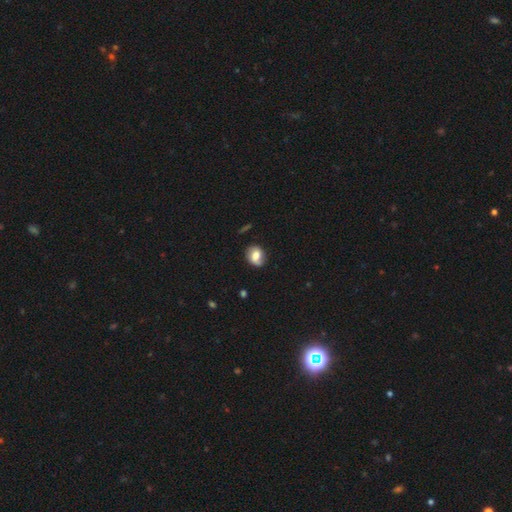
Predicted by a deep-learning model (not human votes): smooth_or_featured: smooth (p=0.60) [alt: featured or disk p=0.32]
how_rounded: round (p=0.51) [alt: in between p=0.47]
merging: none (p=0.75) [alt: minor disturbance p=0.18]